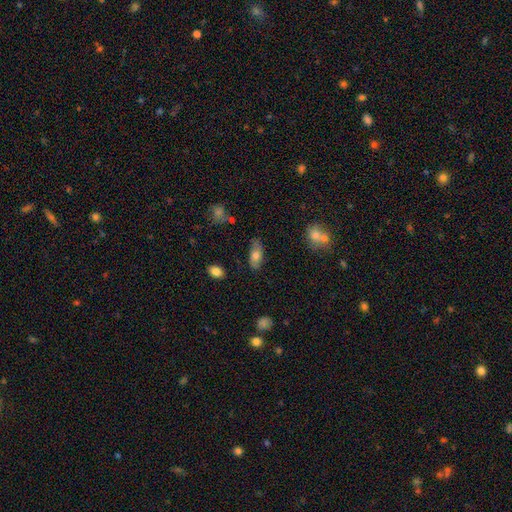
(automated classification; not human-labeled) A smooth galaxy with no disk features (71%) that is in between round and cigar-shaped (86%).

Vote fractions:
- Smooth or featured? smooth: 71% / featured or disk: 22% / star or artifact: 7%
- How rounded? in between: 86% / cigar-shaped: 11% / round: 3%
- Merging? none: 71% / minor disturbance: 21% / major disturbance: 5% / merger: 3%